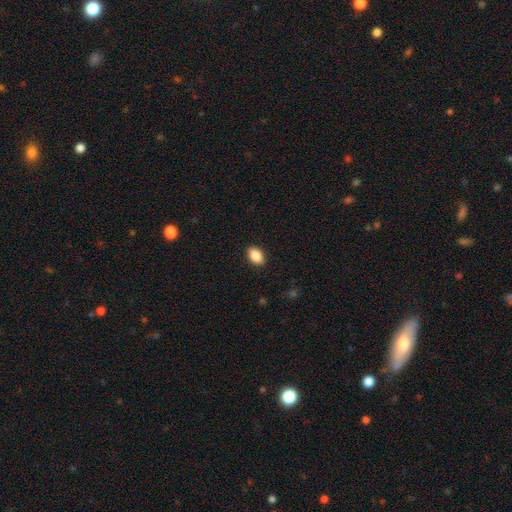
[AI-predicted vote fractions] A smooth galaxy with no disk features (88%) that is in between round and cigar-shaped (89%). Merging: none (90%).